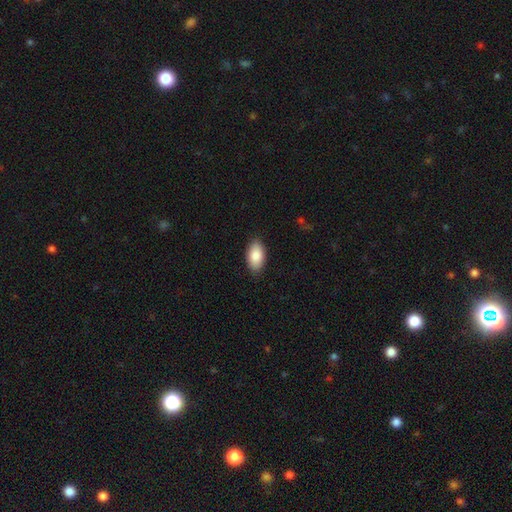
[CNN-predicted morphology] The model was most divided on "merging": none: 87%, minor disturbance: 10%, major disturbance: 2%, merger: 1%. More confident: how rounded — in between (94%); smooth or featured — smooth (87%).